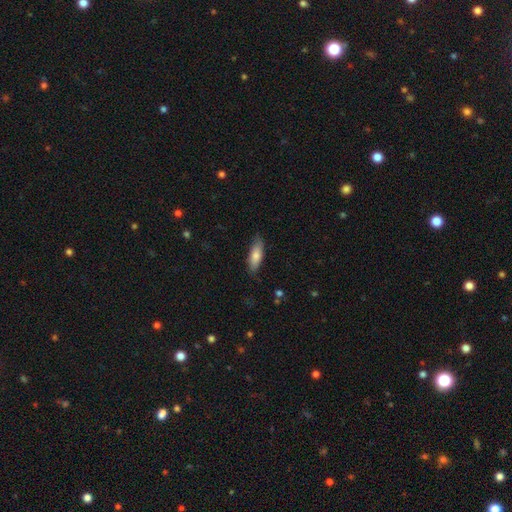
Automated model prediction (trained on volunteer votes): Smooth or featured? smooth (77%)
How rounded? in between (58%)
Merging? none (80%)